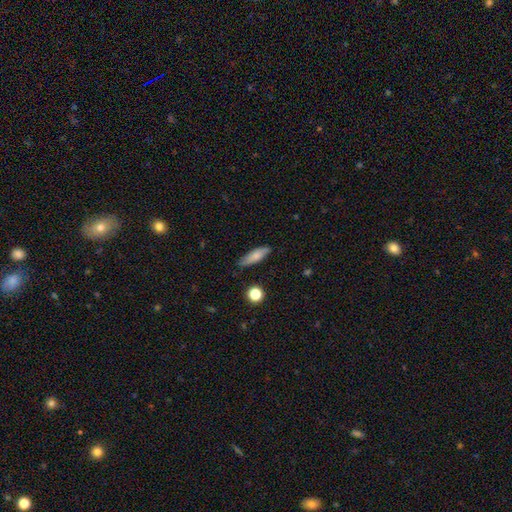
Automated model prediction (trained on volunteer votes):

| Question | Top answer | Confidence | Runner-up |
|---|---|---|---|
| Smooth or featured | smooth | 75% | featured or disk (18%) |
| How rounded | cigar-shaped | 58% | in between (39%) |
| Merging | none | 78% | minor disturbance (16%) |